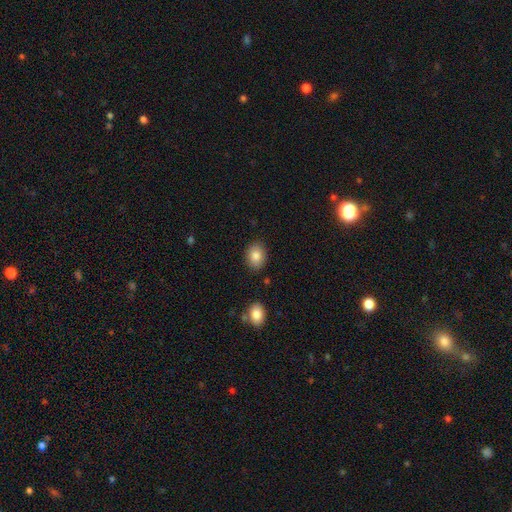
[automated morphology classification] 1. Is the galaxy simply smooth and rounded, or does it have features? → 85% smooth, 8% star or artifact, 7% featured or disk.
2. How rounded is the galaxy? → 58% in between, 41% round, 1% cigar-shaped.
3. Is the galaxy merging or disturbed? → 87% none, 9% minor disturbance, 2% major disturbance, 2% merger.